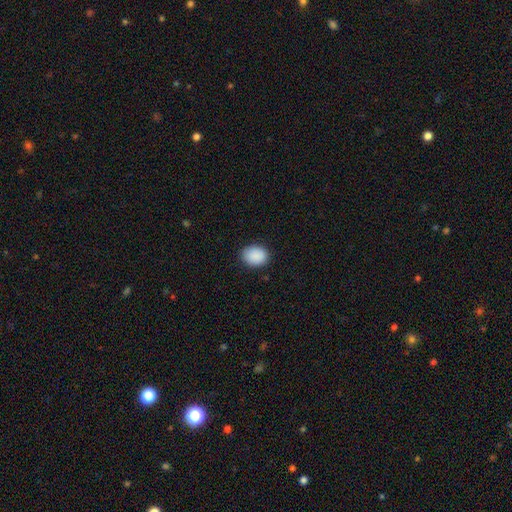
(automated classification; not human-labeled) smooth_or_featured: smooth (p=0.90) [alt: star or artifact p=0.08]
how_rounded: in between (p=0.56) [alt: round p=0.44]
merging: none (p=0.86) [alt: minor disturbance p=0.11]